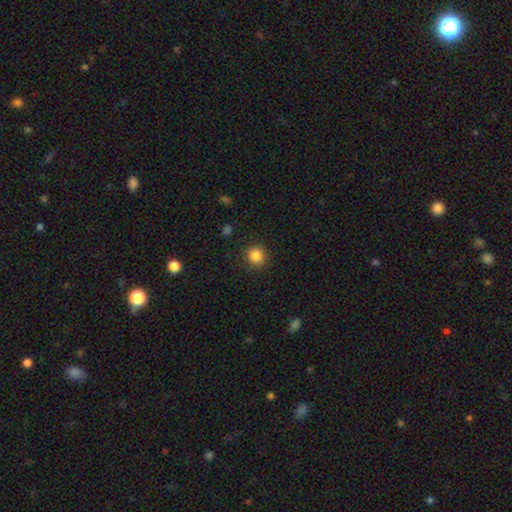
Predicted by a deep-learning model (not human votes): smooth 85%, star or artifact 11%, featured or disk 4%. Down the decision tree: how rounded — round (92%); merging — none (90%).